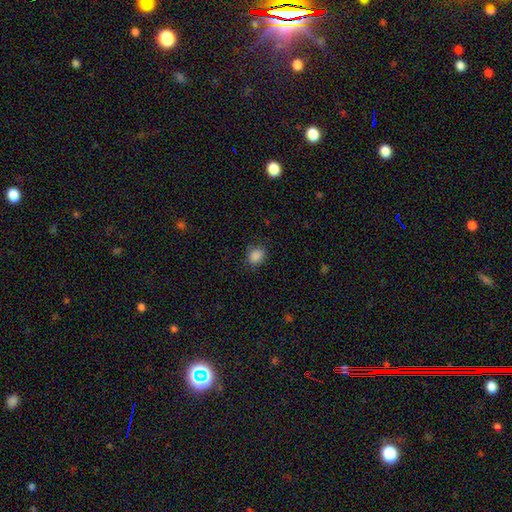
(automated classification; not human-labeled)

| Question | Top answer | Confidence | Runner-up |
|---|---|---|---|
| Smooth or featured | smooth | 86% | star or artifact (10%) |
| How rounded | in between | 50% | round (49%) |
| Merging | none | 80% | minor disturbance (15%) |